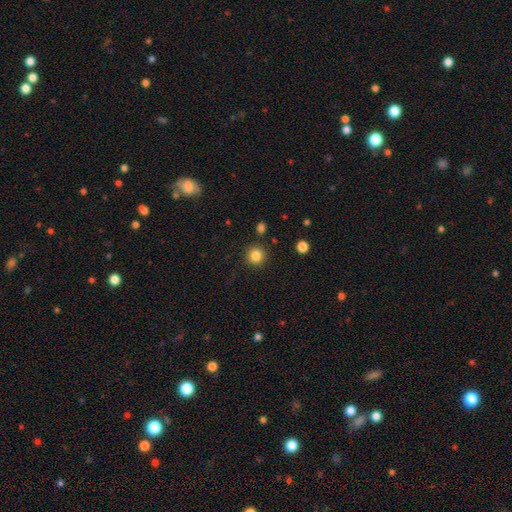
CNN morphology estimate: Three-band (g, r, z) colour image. It shows a smooth galaxy with no disk features (84%) that is round (94%). Merging: none (90%).